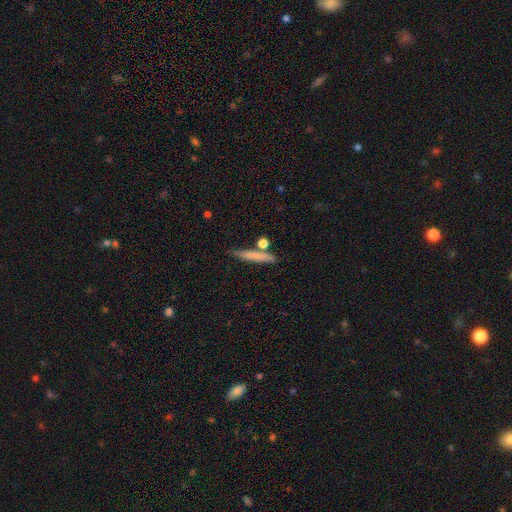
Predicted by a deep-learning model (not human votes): Q: Smooth or featured?
A: smooth (72%); runner-up: featured or disk (21%)
Q: How rounded?
A: cigar-shaped (91%); runner-up: in between (6%)
Q: Merging?
A: none (78%); runner-up: minor disturbance (11%)